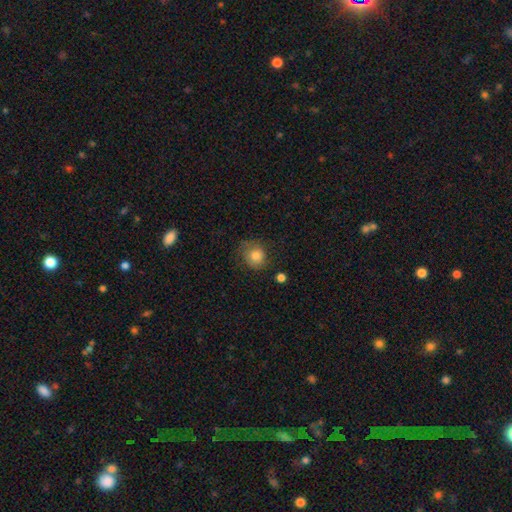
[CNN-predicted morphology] The model was most divided on "merging": none: 67%, minor disturbance: 22%, major disturbance: 8%, merger: 2%. More confident: smooth or featured — smooth (81%); how rounded — round (80%).